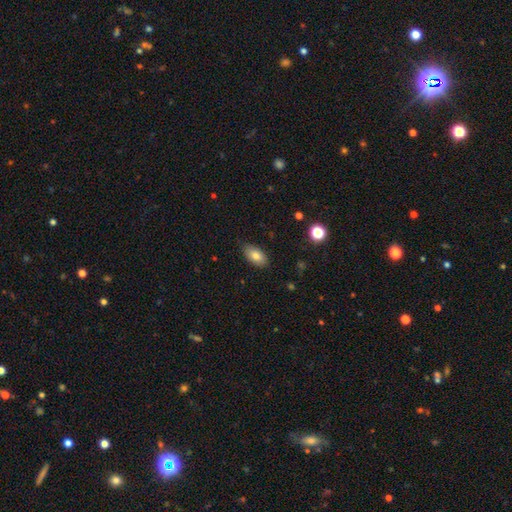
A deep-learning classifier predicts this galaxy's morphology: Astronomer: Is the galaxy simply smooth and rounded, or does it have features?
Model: smooth — 81%.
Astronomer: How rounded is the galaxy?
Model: in between — 92%.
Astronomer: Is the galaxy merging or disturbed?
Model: none — 83%.